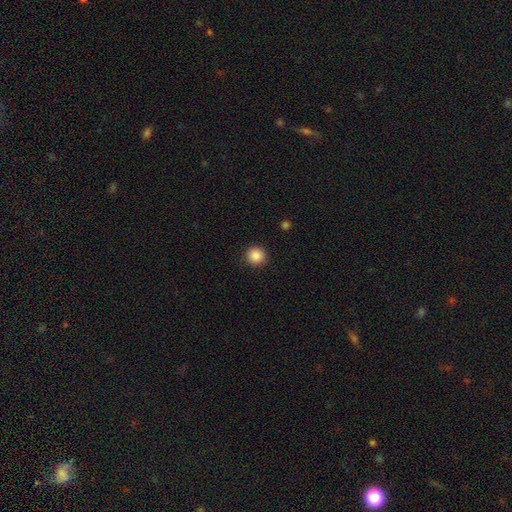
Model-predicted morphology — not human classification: Smooth or featured? Predicted: smooth (p=0.88). How rounded? Predicted: round (p=0.94). Merging? Predicted: none (p=0.92).